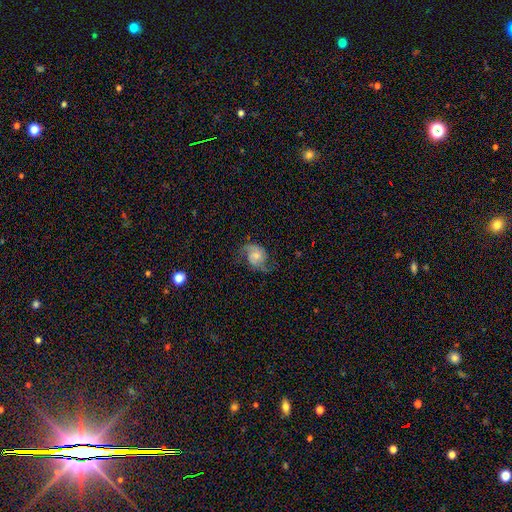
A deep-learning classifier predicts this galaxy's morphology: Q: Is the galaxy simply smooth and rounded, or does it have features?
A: featured or disk — 68%.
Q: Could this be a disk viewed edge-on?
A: no — 97%.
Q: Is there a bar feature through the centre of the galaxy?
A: no — 64%.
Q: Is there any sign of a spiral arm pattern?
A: yes — 93%.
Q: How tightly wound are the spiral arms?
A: loose — 45%.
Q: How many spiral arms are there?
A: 2 — 87%.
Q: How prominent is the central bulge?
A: small — 40%.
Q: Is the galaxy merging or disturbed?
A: none — 62%.